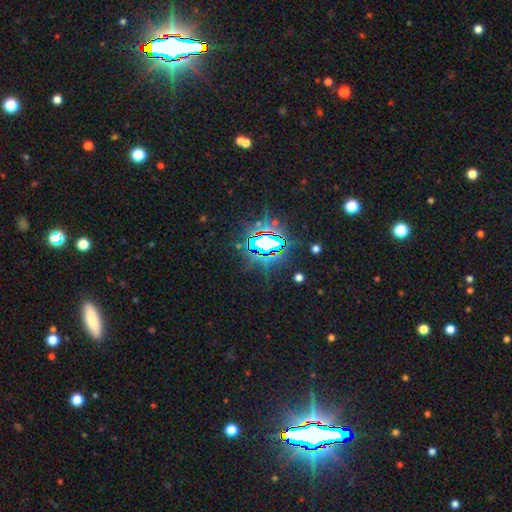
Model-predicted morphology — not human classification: star or artifact 83%, smooth 9%, featured or disk 8%.